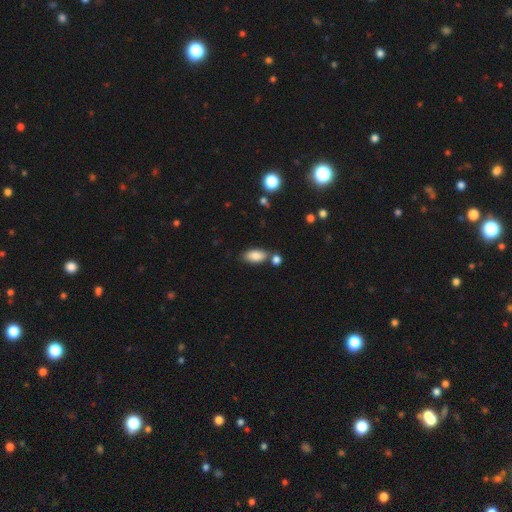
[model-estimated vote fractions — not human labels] Smooth or featured: smooth — 85% (star or artifact — 7%)
How rounded: in between — 91% (cigar-shaped — 6%)
Merging: none — 67% (merger — 17%)